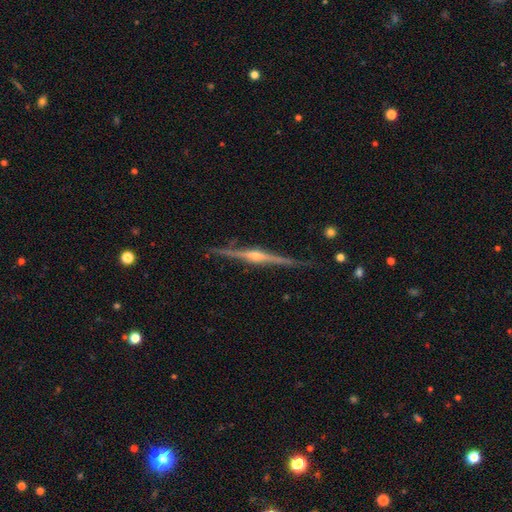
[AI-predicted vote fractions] Morphology: type=featured or disk (87%); edge-on=yes (98%); edge-on bulge=rounded (88%); merging=none (87%).